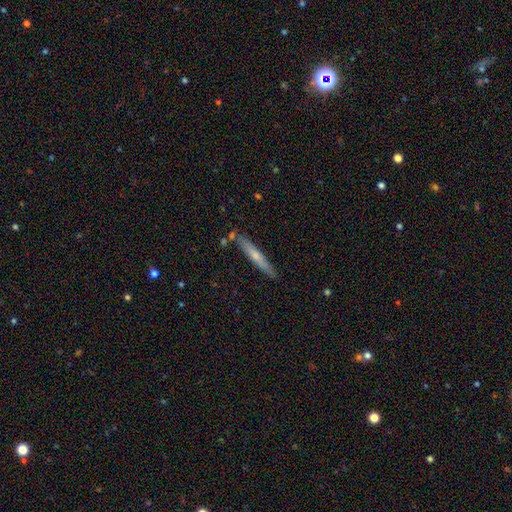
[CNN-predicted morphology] A smooth galaxy with no disk features (51%) that is cigar-shaped (94%).

Vote fractions:
- Smooth or featured? smooth: 51% / featured or disk: 43% / star or artifact: 6%
- How rounded? cigar-shaped: 94% / in between: 4% / round: 1%
- Merging? none: 84% / minor disturbance: 11% / merger: 4% / major disturbance: 2%